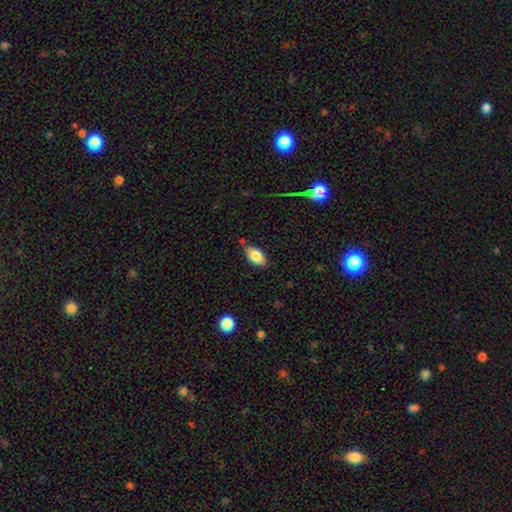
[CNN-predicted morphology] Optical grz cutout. It shows a smooth galaxy with no disk features (83%) that is in between round and cigar-shaped (92%). Merging: none (75%).